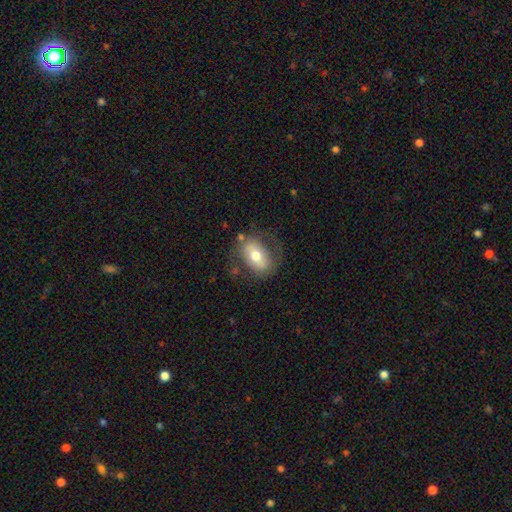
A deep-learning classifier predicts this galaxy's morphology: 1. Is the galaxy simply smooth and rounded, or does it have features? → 56% smooth, 37% featured or disk, 7% star or artifact.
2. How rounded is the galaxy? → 83% in between, 14% round, 2% cigar-shaped.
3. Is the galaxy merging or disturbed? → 67% none, 20% minor disturbance, 10% major disturbance, 3% merger.